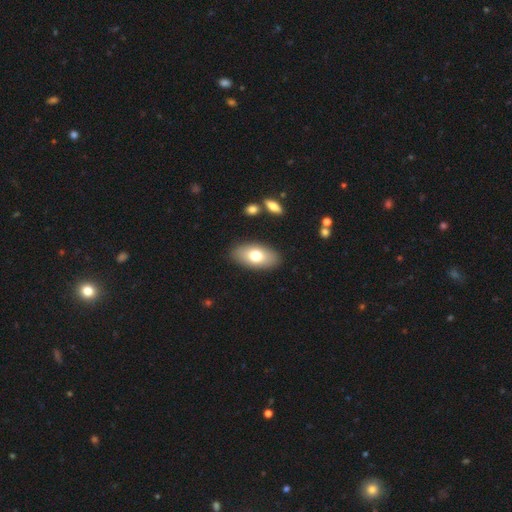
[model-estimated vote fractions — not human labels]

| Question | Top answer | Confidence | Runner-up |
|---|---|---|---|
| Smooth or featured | smooth | 71% | featured or disk (21%) |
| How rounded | in between | 92% | round (4%) |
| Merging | none | 88% | minor disturbance (8%) |